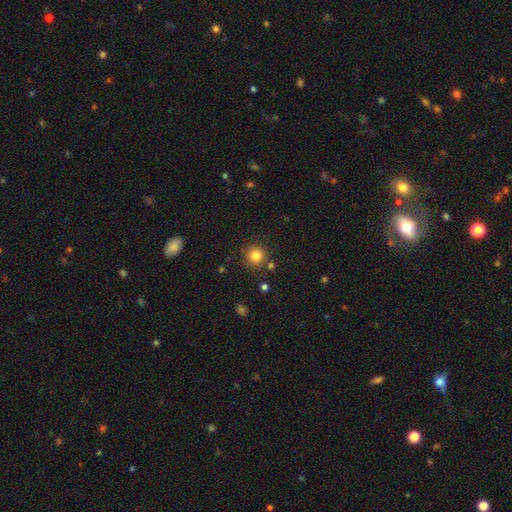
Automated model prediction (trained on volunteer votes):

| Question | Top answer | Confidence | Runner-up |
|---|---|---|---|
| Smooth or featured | smooth | 82% | star or artifact (12%) |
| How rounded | round | 94% | in between (5%) |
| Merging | none | 84% | minor disturbance (8%) |